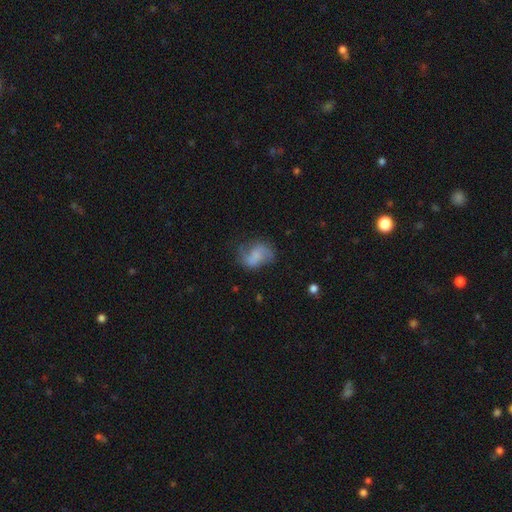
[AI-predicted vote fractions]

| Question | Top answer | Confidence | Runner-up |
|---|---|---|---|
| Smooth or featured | featured or disk | 48% | smooth (43%) |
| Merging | none | 51% | minor disturbance (27%) |